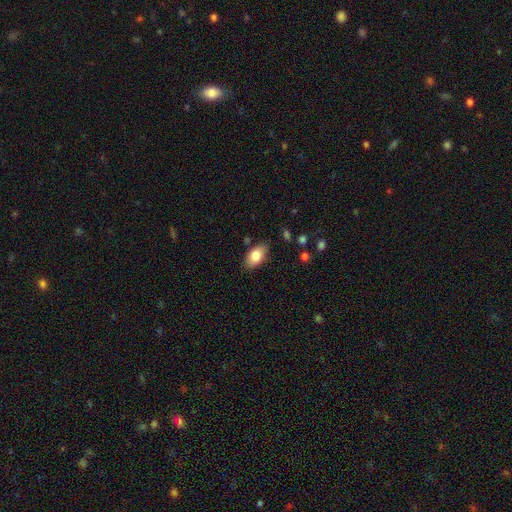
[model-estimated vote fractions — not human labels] Smooth or featured: smooth — 81% (featured or disk — 12%)
How rounded: in between — 92% (round — 5%)
Merging: none — 85% (minor disturbance — 11%)